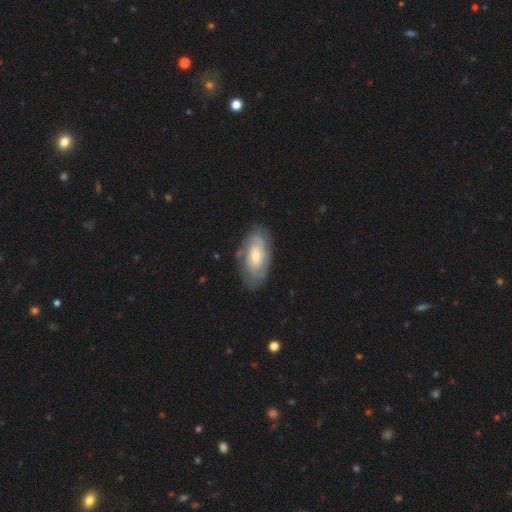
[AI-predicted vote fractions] The model was most divided on "smooth or featured": featured or disk: 54%, smooth: 40%, star or artifact: 6%. More confident: edge-on disk — no (91%); merging — none (70%).